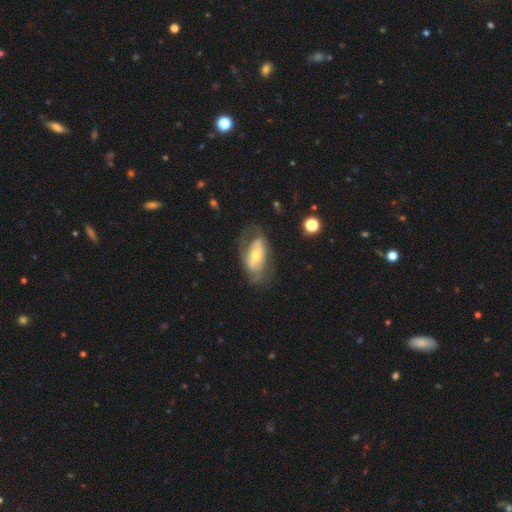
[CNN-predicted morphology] This appears to be a featured or disk galaxy (63%) with no bar (53%), spiral arms (69%) and a moderate central bulge (54%). Merging: none (54%).